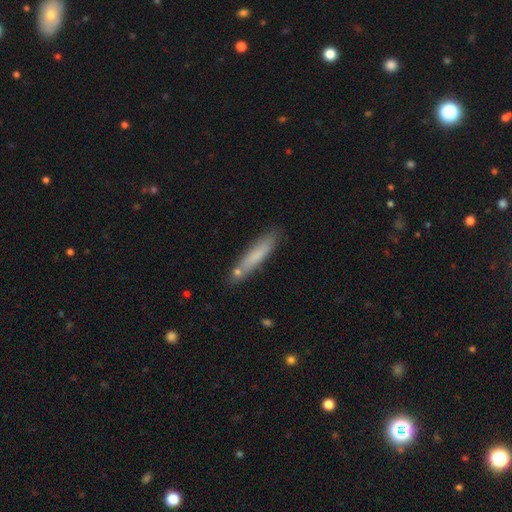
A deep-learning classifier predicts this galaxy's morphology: This appears to be a smooth galaxy with no disk features (74%) that is cigar-shaped (88%). Merging: none (76%).